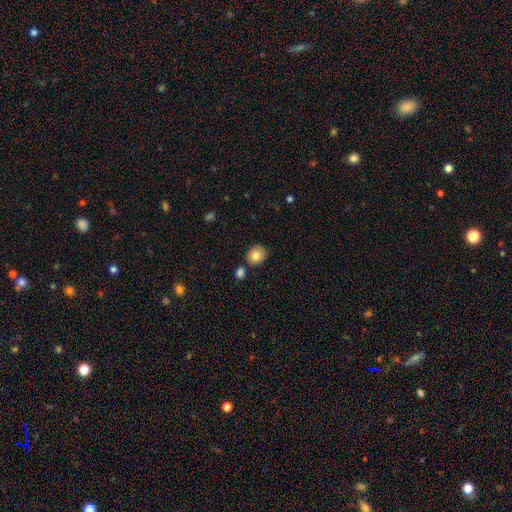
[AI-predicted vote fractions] Q: Smooth or featured?
A: smooth (82%); runner-up: star or artifact (9%)
Q: How rounded?
A: round (80%); runner-up: in between (19%)
Q: Merging?
A: none (74%); runner-up: minor disturbance (14%)